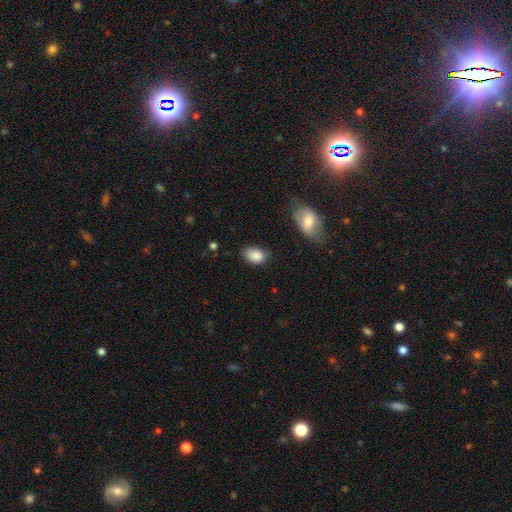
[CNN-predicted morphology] Smooth or featured?
  - smooth: 87% *
  - star or artifact: 7%
  - featured or disk: 5%
How rounded?
  - in between: 85% *
  - round: 14%
  - cigar-shaped: 1%
Merging?
  - none: 71% *
  - minor disturbance: 22%
  - major disturbance: 4%
  - merger: 3%